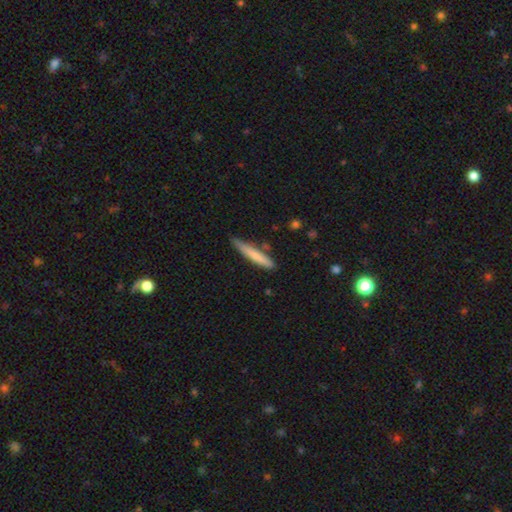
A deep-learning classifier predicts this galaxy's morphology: Smooth or featured? smooth (73%)
How rounded? cigar-shaped (93%)
Merging? none (74%)